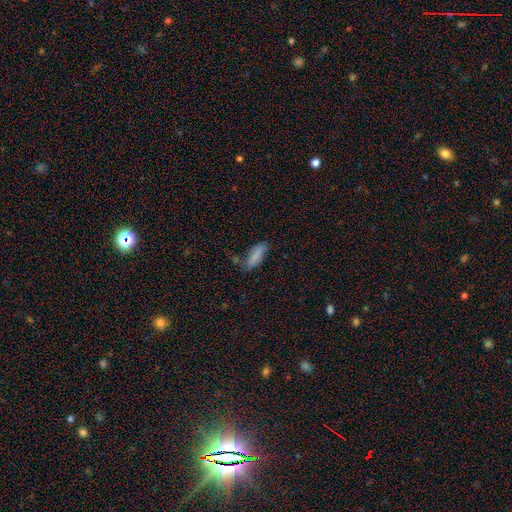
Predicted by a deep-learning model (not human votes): Smooth or featured?
  - smooth: 82% *
  - featured or disk: 10%
  - star or artifact: 8%
How rounded?
  - in between: 61% *
  - cigar-shaped: 37%
  - round: 2%
Merging?
  - none: 61% *
  - minor disturbance: 26%
  - major disturbance: 7%
  - merger: 6%